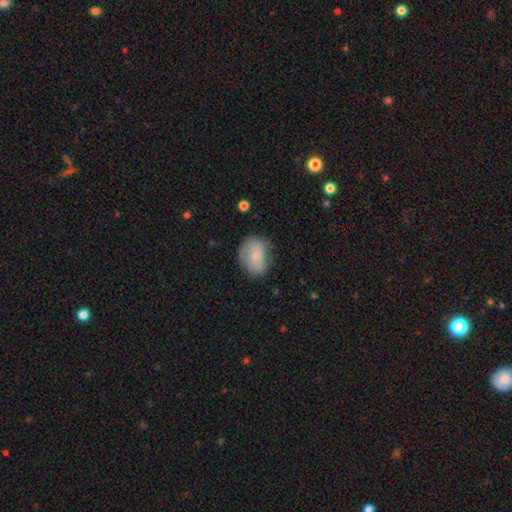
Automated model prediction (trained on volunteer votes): Overall: smooth (72%). How rounded: in between (66%; round 32%). Merging: none (65%; minor disturbance 26%).